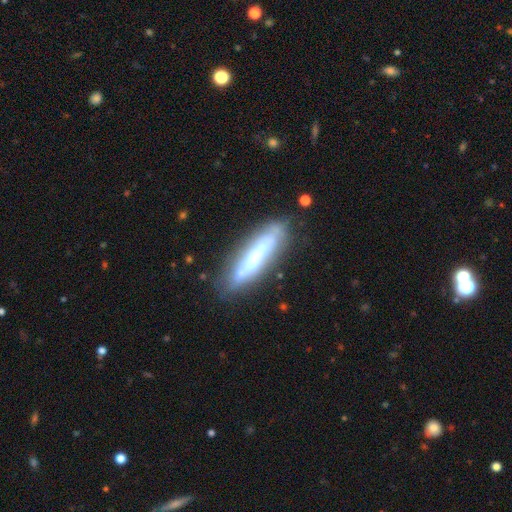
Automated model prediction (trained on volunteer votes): smooth-or-featured: featured or disk: 61% | smooth: 32% | star or artifact: 7%
  disk-edge-on: yes: 59% | no: 41%
  merging: none: 73% | minor disturbance: 18% | major disturbance: 6% | merger: 4%